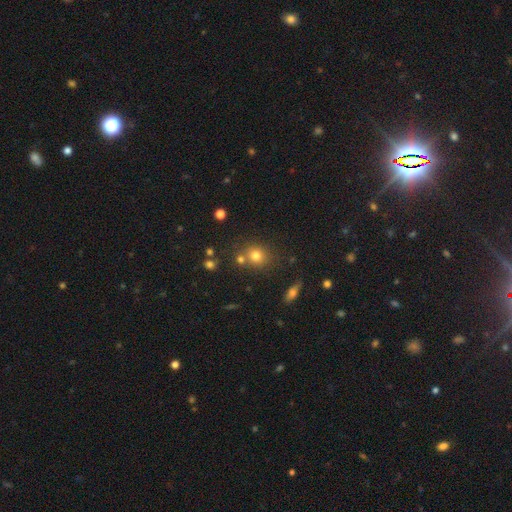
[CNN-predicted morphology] smooth 75%, star or artifact 15%, featured or disk 10%. Down the decision tree: how rounded — round (81%); merging — none (68%).